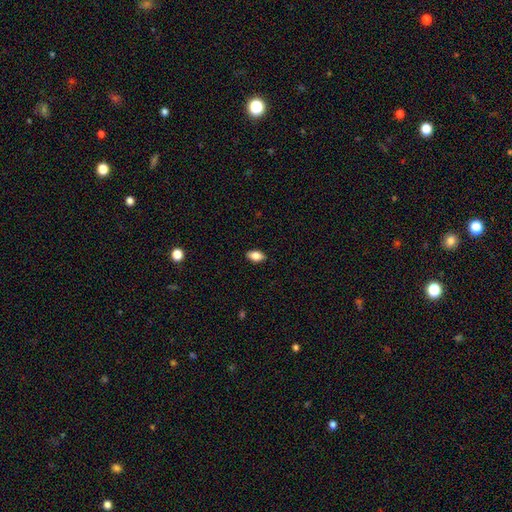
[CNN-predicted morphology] Smooth or featured? smooth (82%)
How rounded? in between (90%)
Merging? none (88%)